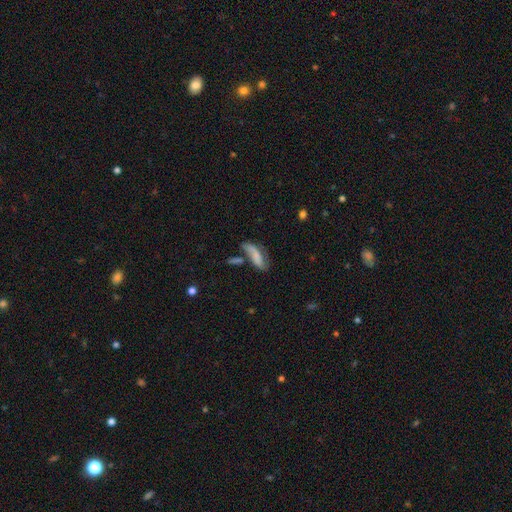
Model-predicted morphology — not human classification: Smooth or featured? smooth (59%)
How rounded? in between (64%)
Merging? none (39%)